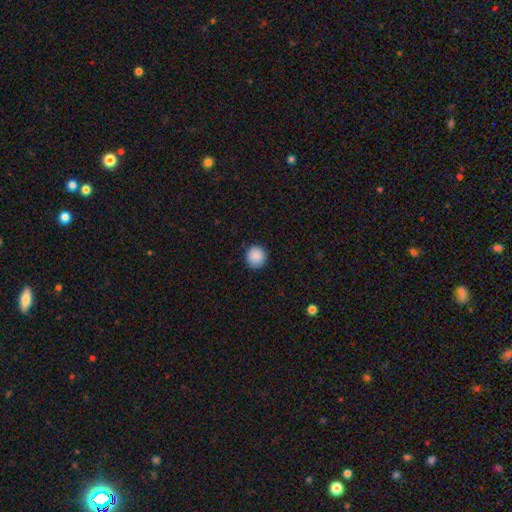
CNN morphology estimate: type=smooth (89%); roundness=round (94%); merging=none (89%).